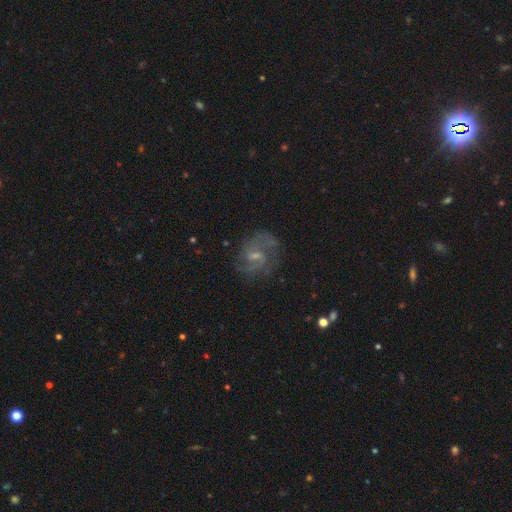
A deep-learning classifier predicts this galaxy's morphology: featured or disk 85%, smooth 9%, star or artifact 7%. Down the decision tree: edge-on disk — no (98%); bar — weak (62%); spiral arms — yes (95%); spiral arm count — 2 (74%); spiral winding — medium (56%); bulge size — small (57%); merging — none (70%).